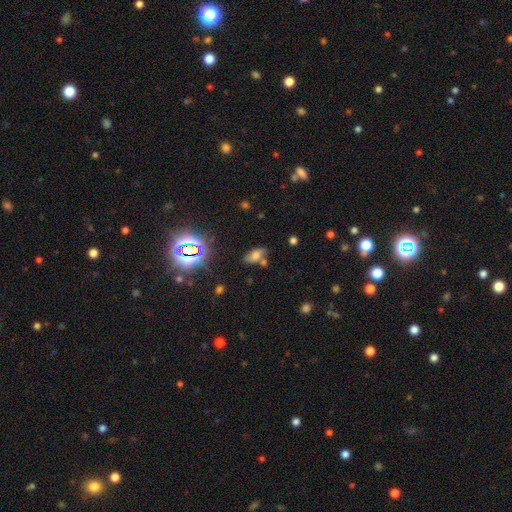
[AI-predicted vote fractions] This appears to be a smooth galaxy with no disk features (60%) that is in between round and cigar-shaped (88%). Merging: none (60%).